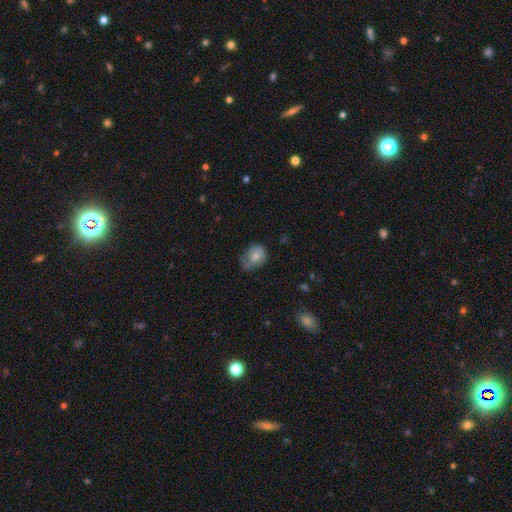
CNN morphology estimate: smooth 72%, featured or disk 20%, star or artifact 9%. Down the decision tree: how rounded — in between (50%); merging — none (47%).